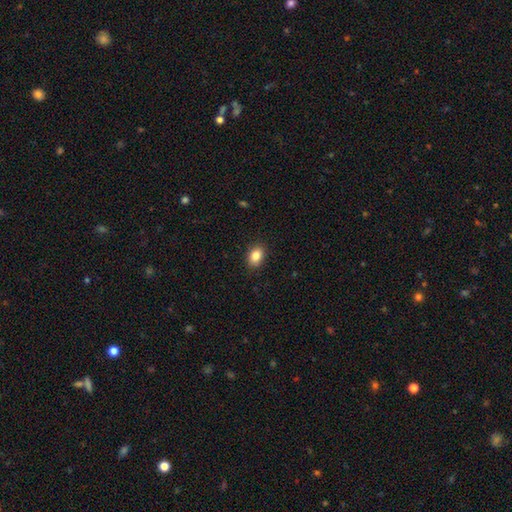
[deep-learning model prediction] Smooth or featured? smooth (85%)
How rounded? in between (76%)
Merging? none (88%)